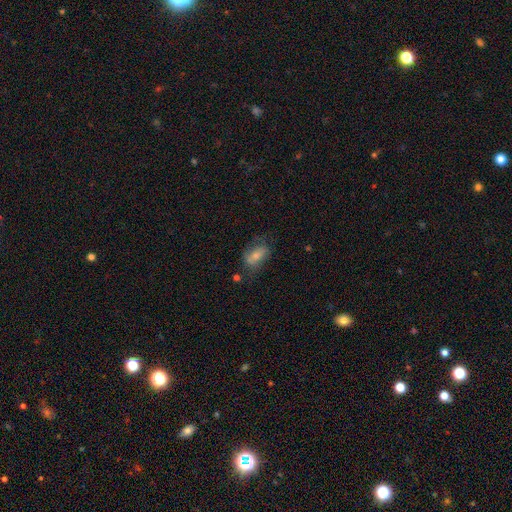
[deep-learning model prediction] Smooth or featured: smooth — 61% (featured or disk — 30%)
How rounded: in between — 86% (round — 10%)
Merging: none — 54% (minor disturbance — 26%)